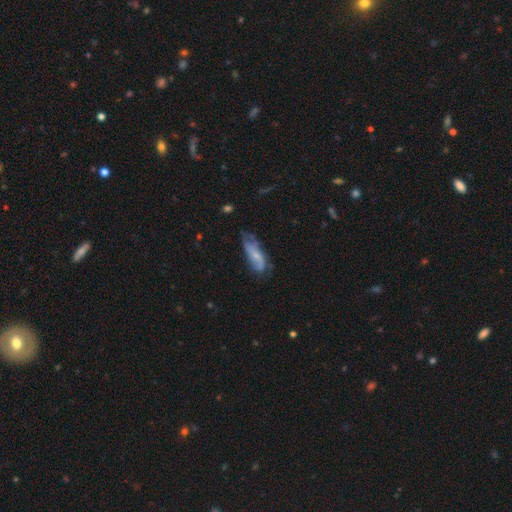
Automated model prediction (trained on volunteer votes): Smooth or featured: featured or disk — 50% (smooth — 42%)
Edge-on disk: no — 84% (yes — 16%)
Merging: none — 44% (minor disturbance — 33%)